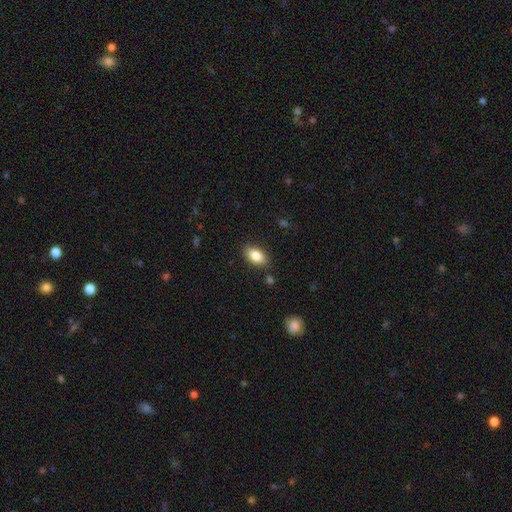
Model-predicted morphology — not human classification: Smooth or featured?
  - smooth: 84% *
  - featured or disk: 9%
  - star or artifact: 7%
How rounded?
  - in between: 90% *
  - round: 5%
  - cigar-shaped: 5%
Merging?
  - none: 86% *
  - minor disturbance: 10%
  - major disturbance: 2%
  - merger: 2%